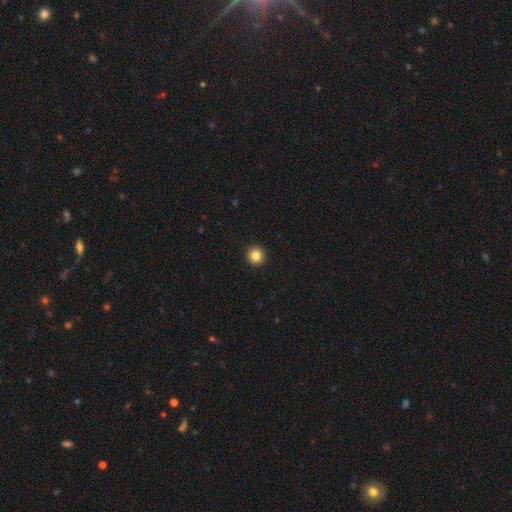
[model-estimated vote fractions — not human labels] This appears to be a smooth galaxy with no disk features (84%) that is round (95%). Merging: none (94%).